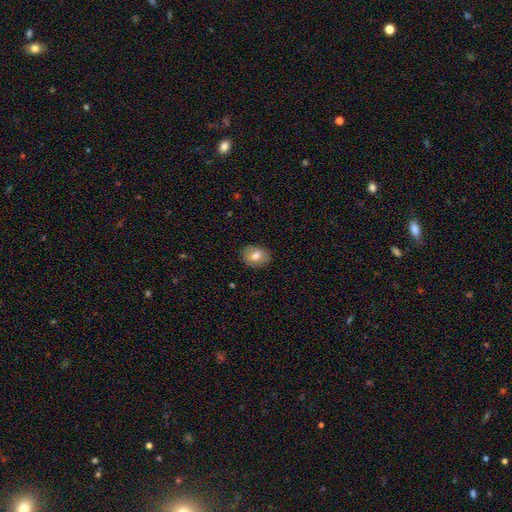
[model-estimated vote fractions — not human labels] Smooth or featured? smooth (75%)
How rounded? in between (68%)
Merging? none (84%)